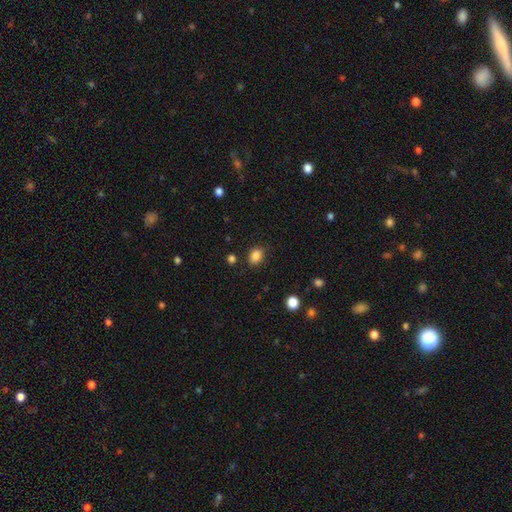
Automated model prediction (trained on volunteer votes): The model was most divided on "how rounded": in between: 59%, round: 40%, cigar-shaped: 1%. More confident: smooth or featured — smooth (85%); merging — none (81%).